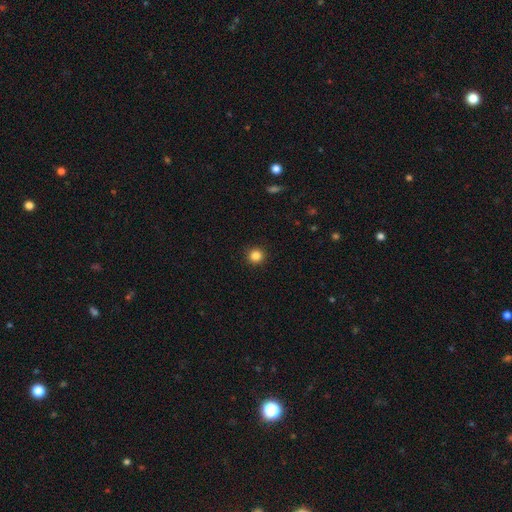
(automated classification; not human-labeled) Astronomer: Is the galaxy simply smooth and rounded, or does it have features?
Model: smooth — 85%.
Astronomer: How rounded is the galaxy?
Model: round — 94%.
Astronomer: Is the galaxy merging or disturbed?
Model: none — 93%.